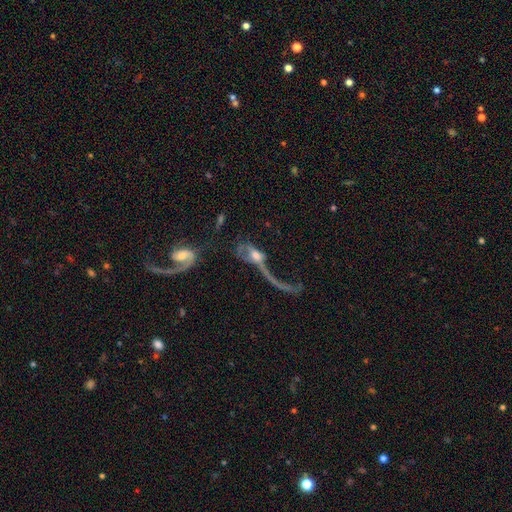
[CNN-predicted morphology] Smooth or featured? featured or disk (59%)
Edge-on disk? no (86%)
Bar? no (69%)
Spiral arms? no (52%)
Bulge size? moderate (47%)
Merging? major disturbance (50%)